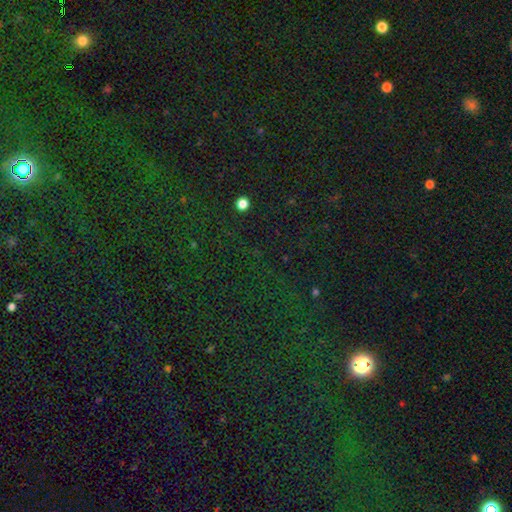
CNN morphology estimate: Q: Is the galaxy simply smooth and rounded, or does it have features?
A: star or artifact — 78%.